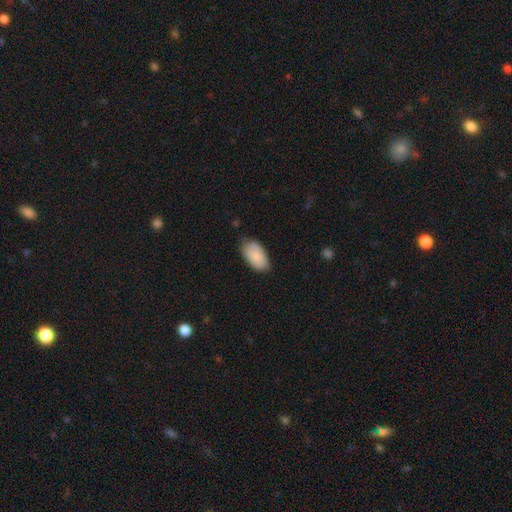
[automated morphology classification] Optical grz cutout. It shows a smooth galaxy with no disk features (87%) that is in between round and cigar-shaped (95%). Merging: none (74%).